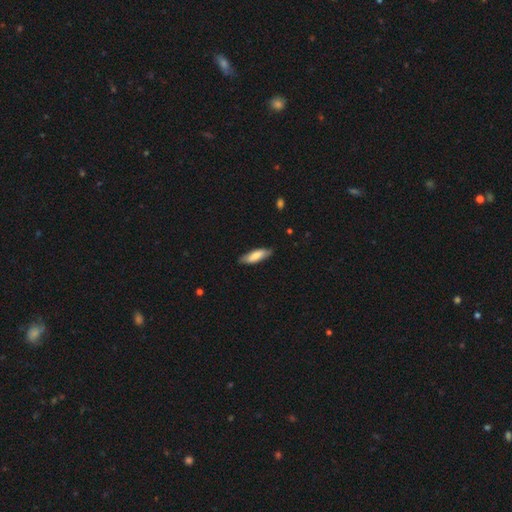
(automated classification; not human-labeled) A smooth galaxy with no disk features (75%) that is in between round and cigar-shaped (53%). Merging: none (81%).